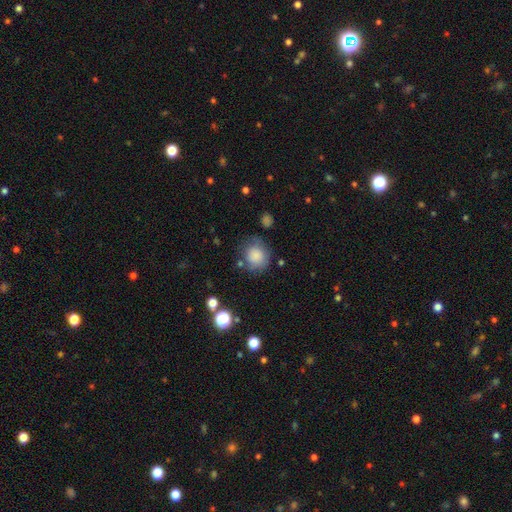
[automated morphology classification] A smooth galaxy with no disk features (80%) that is round (82%).

Vote fractions:
- Smooth or featured? smooth: 80% / featured or disk: 10% / star or artifact: 9%
- How rounded? round: 82% / in between: 17% / cigar-shaped: 1%
- Merging? none: 63% / minor disturbance: 22% / major disturbance: 10% / merger: 5%